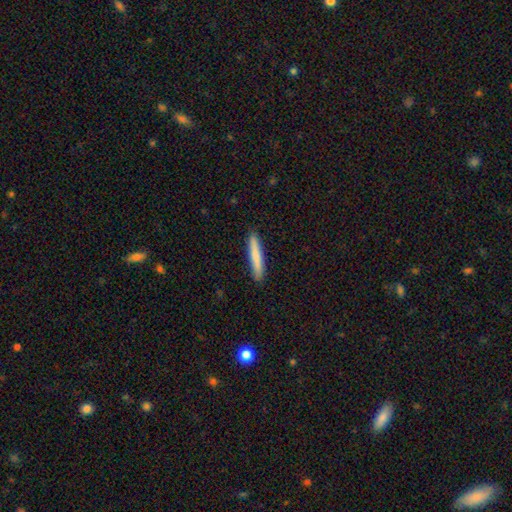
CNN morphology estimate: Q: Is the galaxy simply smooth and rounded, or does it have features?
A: smooth — 77%.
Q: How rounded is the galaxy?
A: cigar-shaped — 94%.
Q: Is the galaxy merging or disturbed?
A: none — 90%.